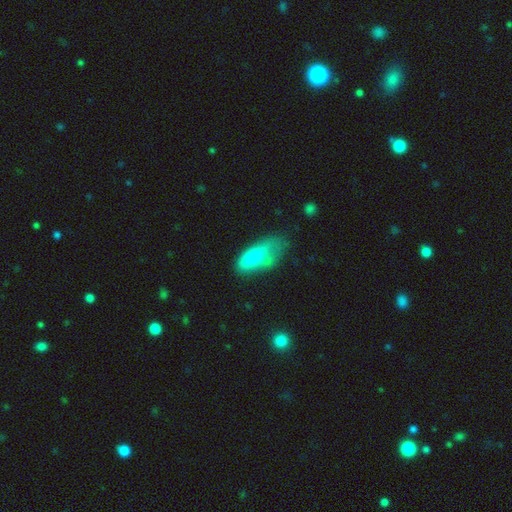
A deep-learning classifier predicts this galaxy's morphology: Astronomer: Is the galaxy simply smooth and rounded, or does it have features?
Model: smooth — 60%.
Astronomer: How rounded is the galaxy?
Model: in between — 73%.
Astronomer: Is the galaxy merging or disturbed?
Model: minor disturbance — 31% (runner-up: none, 30%).